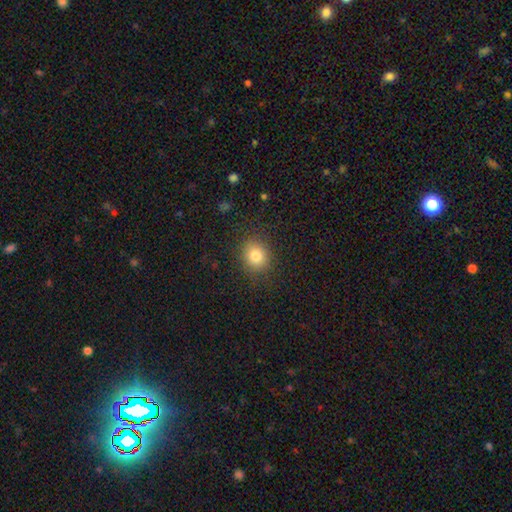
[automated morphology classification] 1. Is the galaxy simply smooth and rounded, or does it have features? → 81% smooth, 11% star or artifact, 8% featured or disk.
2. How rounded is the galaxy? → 72% round, 27% in between, 1% cigar-shaped.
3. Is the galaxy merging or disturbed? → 87% none, 9% minor disturbance, 3% major disturbance, 1% merger.